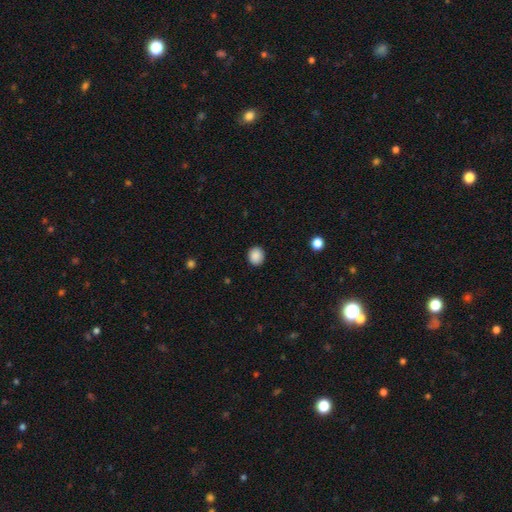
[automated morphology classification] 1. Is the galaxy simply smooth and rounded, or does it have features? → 89% smooth, 9% star or artifact, 3% featured or disk.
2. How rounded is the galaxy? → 78% round, 21% in between, 1% cigar-shaped.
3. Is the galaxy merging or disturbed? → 91% none, 6% minor disturbance, 2% major disturbance, 1% merger.